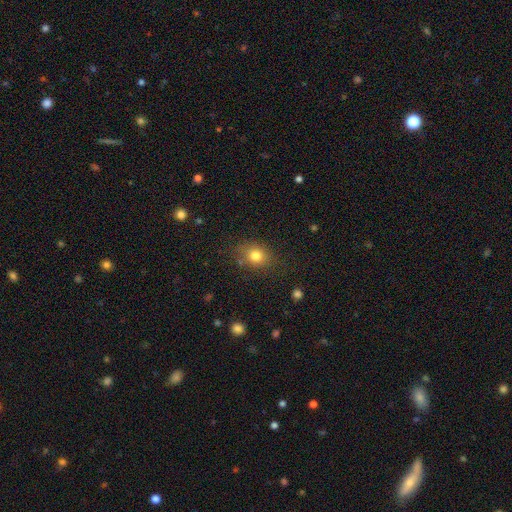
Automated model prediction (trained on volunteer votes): Morphology: type=smooth (79%); roundness=round (56%); merging=none (81%).